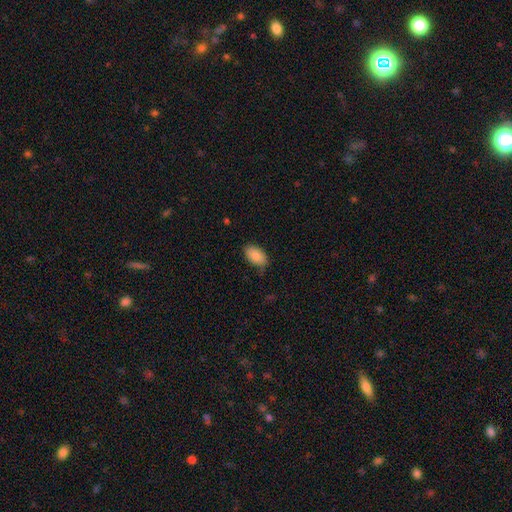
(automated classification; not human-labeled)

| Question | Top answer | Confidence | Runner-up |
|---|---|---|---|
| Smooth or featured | smooth | 87% | star or artifact (7%) |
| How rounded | in between | 93% | round (5%) |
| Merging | none | 74% | minor disturbance (21%) |